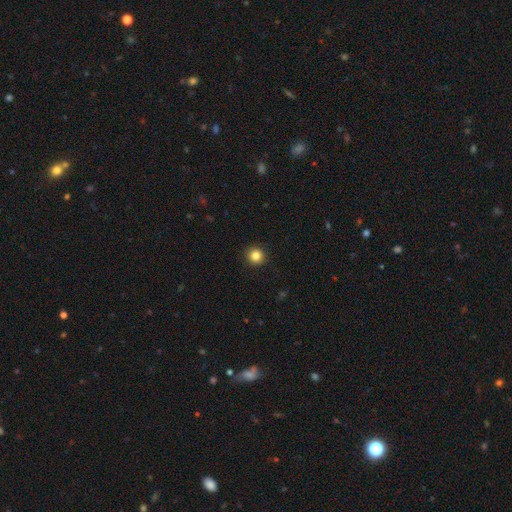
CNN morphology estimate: Q: Smooth or featured?
A: smooth (84%); runner-up: star or artifact (11%)
Q: How rounded?
A: round (95%); runner-up: in between (4%)
Q: Merging?
A: none (93%); runner-up: minor disturbance (4%)